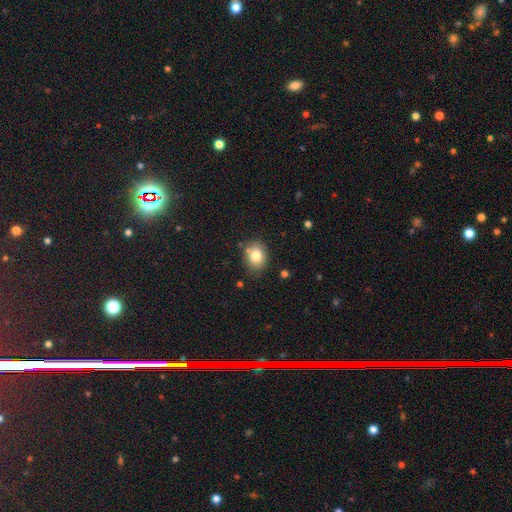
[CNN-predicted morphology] smooth 80%, featured or disk 10%, star or artifact 10%. Down the decision tree: how rounded — round (52%); merging — none (78%).